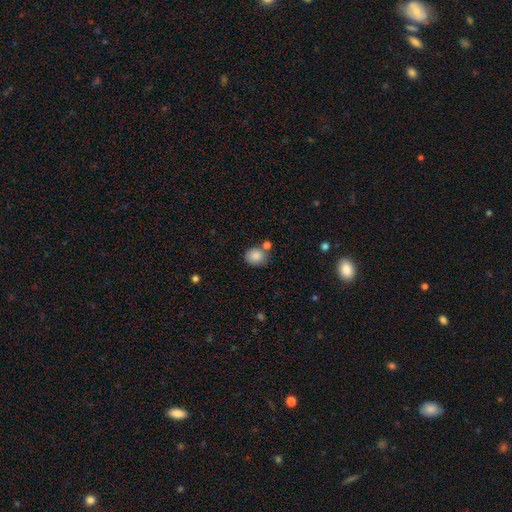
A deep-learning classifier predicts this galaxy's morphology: A smooth galaxy with no disk features (85%) that is round (65%).

Vote fractions:
- Smooth or featured? smooth: 85% / star or artifact: 8% / featured or disk: 6%
- How rounded? round: 65% / in between: 34% / cigar-shaped: 1%
- Merging? none: 62% / merger: 20% / minor disturbance: 14% / major disturbance: 4%